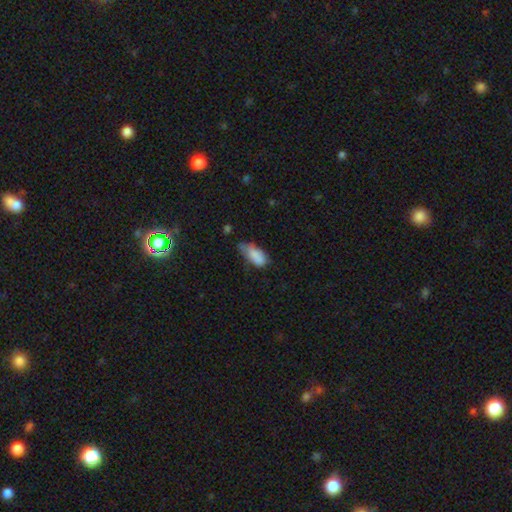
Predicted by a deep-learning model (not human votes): smooth-or-featured: smooth: 82% | featured or disk: 10% | star or artifact: 8%
  how-rounded: in between: 87% | cigar-shaped: 10% | round: 3%
  merging: minor disturbance: 44% | none: 35% | major disturbance: 17% | merger: 4%